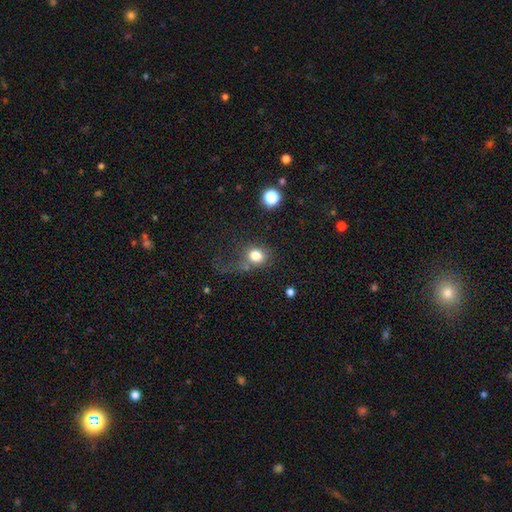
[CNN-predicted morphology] Smooth or featured?
  - smooth: 79% *
  - star or artifact: 12%
  - featured or disk: 9%
How rounded?
  - round: 66% *
  - in between: 33%
  - cigar-shaped: 1%
Merging?
  - none: 50% *
  - major disturbance: 23%
  - minor disturbance: 19%
  - merger: 7%